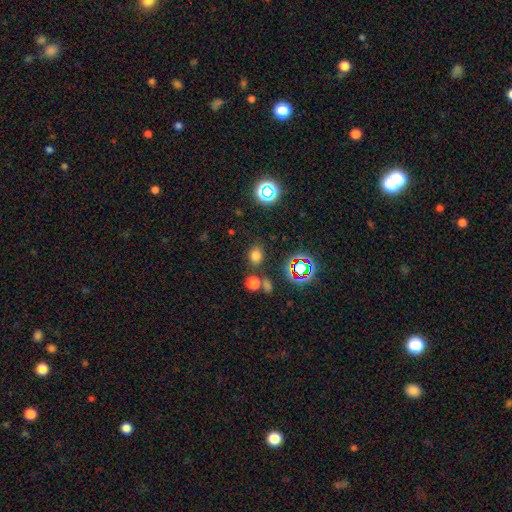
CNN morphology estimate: A smooth galaxy with no disk features (72%) that is round (50%).

Vote fractions:
- Smooth or featured? smooth: 72% / star or artifact: 21% / featured or disk: 7%
- How rounded? round: 50% / in between: 48% / cigar-shaped: 1%
- Merging? none: 78% / minor disturbance: 10% / merger: 7% / major disturbance: 4%